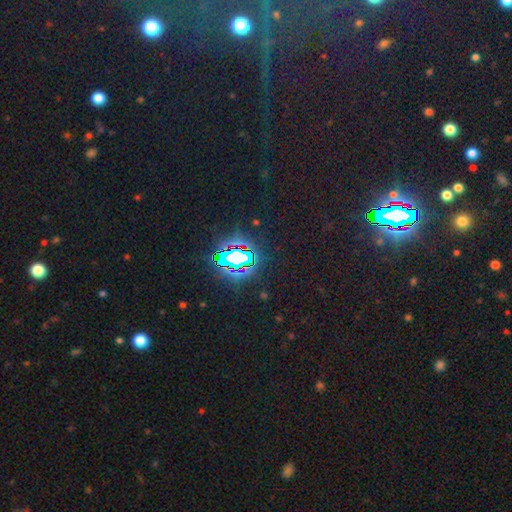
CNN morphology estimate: A star or artifact, not a galaxy (84%).